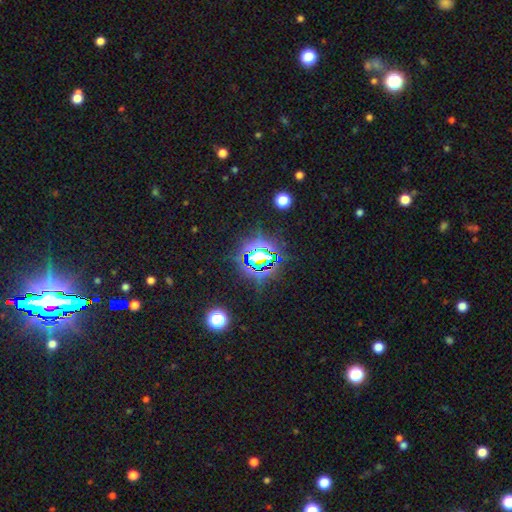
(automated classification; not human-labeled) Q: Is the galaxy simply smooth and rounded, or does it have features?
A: star or artifact — 75%.